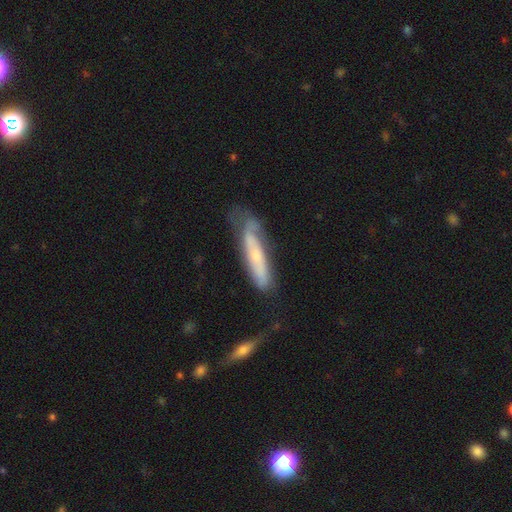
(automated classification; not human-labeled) smooth_or_featured: featured or disk (p=0.57) [alt: smooth p=0.37]
disk_edge_on: no (p=0.54) [alt: yes p=0.46]
merging: none (p=0.45) [alt: minor disturbance p=0.30]